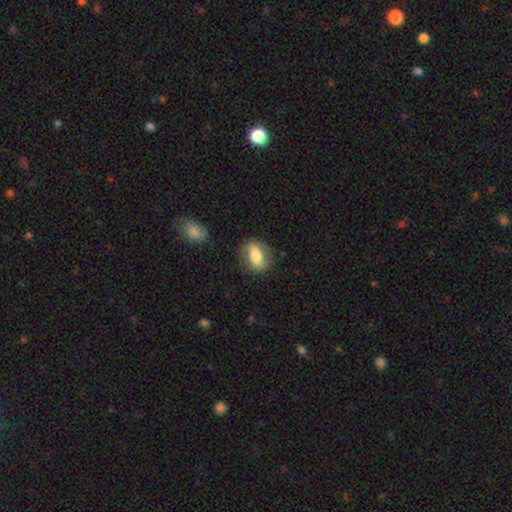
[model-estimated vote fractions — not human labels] This appears to be a smooth galaxy with no disk features (59%) that is in between round and cigar-shaped (71%). Merging: none (79%).